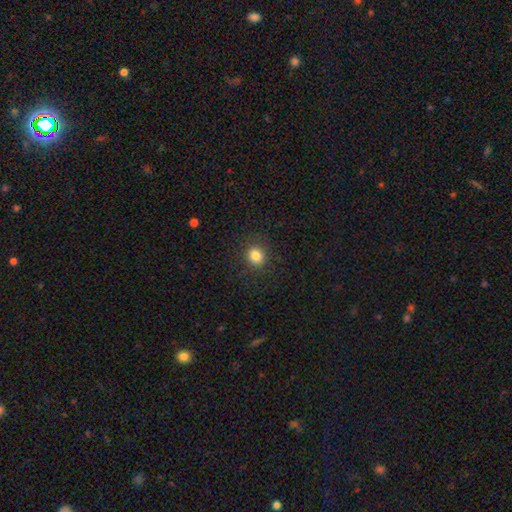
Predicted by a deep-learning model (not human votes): A smooth galaxy with no disk features (84%) that is round (85%). Merging: none (90%).